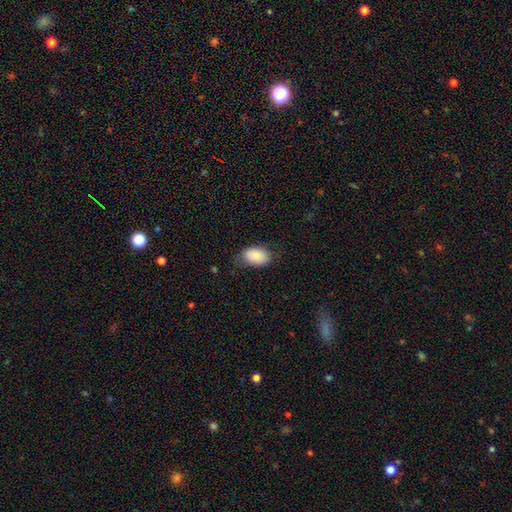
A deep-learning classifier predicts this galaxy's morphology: Smooth or featured?
  - smooth: 83% *
  - featured or disk: 10%
  - star or artifact: 7%
How rounded?
  - in between: 90% *
  - round: 8%
  - cigar-shaped: 1%
Merging?
  - none: 66% *
  - minor disturbance: 25%
  - major disturbance: 7%
  - merger: 1%